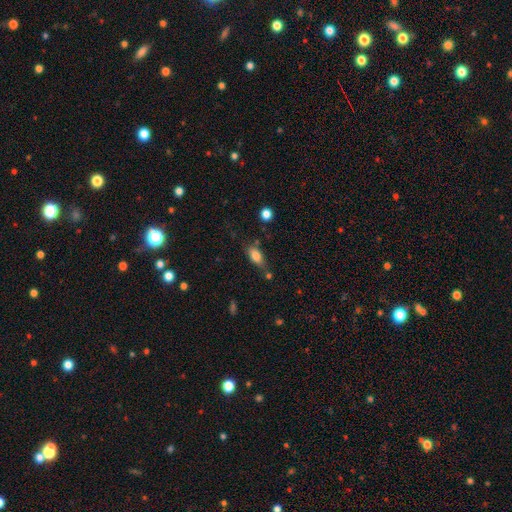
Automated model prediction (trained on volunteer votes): smooth-or-featured: smooth: 79% | featured or disk: 12% | star or artifact: 9%
  how-rounded: in between: 83% | cigar-shaped: 10% | round: 6%
  merging: none: 61% | minor disturbance: 22% | merger: 10% | major disturbance: 6%